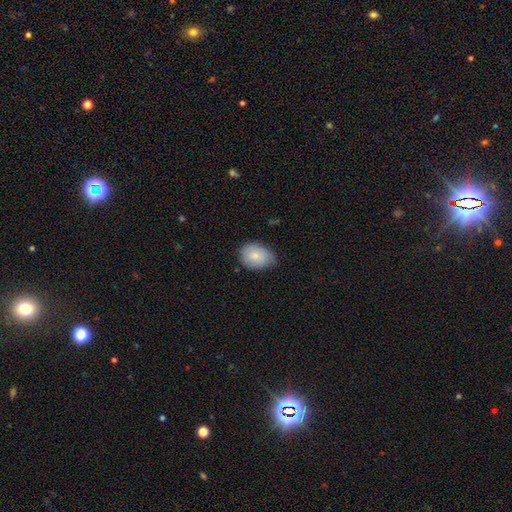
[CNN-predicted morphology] The model was most divided on "merging": none: 53%, minor disturbance: 39%, major disturbance: 6%, merger: 1%. More confident: smooth or featured — smooth (76%); how rounded — in between (66%).